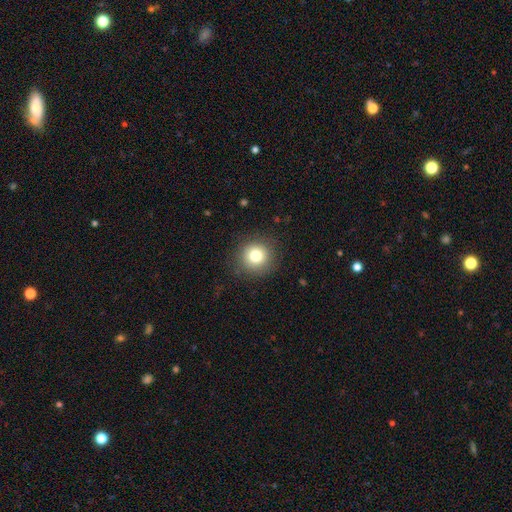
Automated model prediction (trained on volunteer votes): Morphology: type=smooth (79%); roundness=round (93%); merging=none (89%).